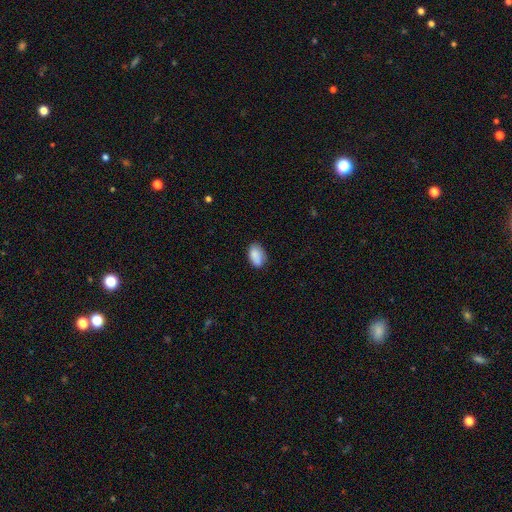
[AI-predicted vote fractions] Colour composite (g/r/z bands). It shows a smooth galaxy with no disk features (87%) that is in between round and cigar-shaped (89%). Merging: none (72%).